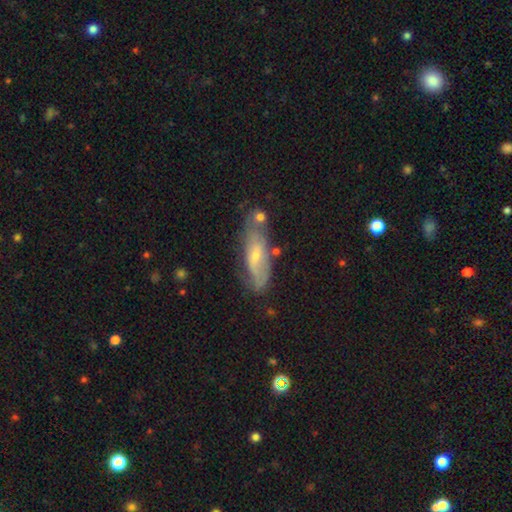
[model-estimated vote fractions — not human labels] This appears to be a featured or disk galaxy (56%). Merging: none (65%).